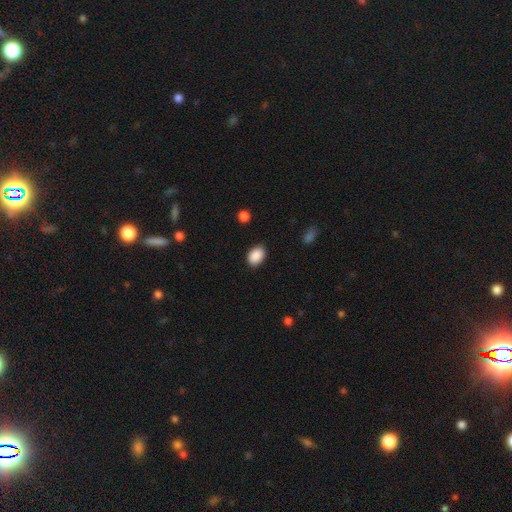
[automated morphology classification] The model was most divided on "how rounded": in between: 82%, round: 17%, cigar-shaped: 1%. More confident: smooth or featured — smooth (90%); merging — none (87%).